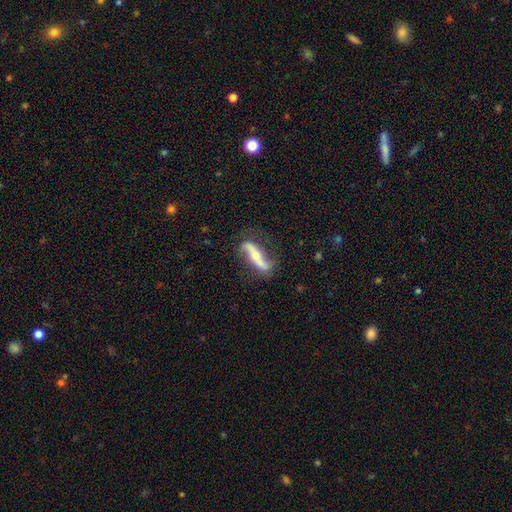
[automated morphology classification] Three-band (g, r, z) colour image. It shows a featured or disk galaxy (76%) with a strong bar (52%), spiral arms (88%) and a small central bulge (56%). Merging: none (71%).